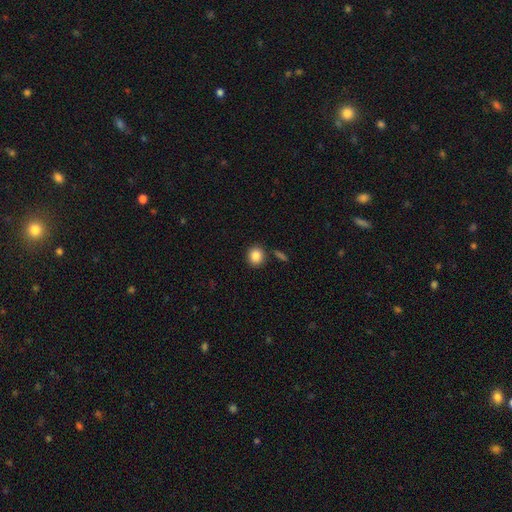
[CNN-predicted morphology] A smooth galaxy with no disk features (86%) that is round (82%).

Vote fractions:
- Smooth or featured? smooth: 86% / star or artifact: 9% / featured or disk: 5%
- How rounded? round: 82% / in between: 17% / cigar-shaped: 1%
- Merging? none: 85% / minor disturbance: 8% / merger: 5% / major disturbance: 2%